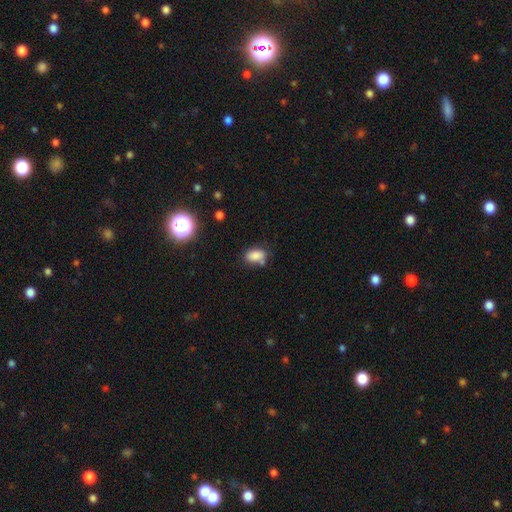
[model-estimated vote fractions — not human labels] A smooth galaxy with no disk features (83%) that is in between round and cigar-shaped (87%). Merging: none (59%).